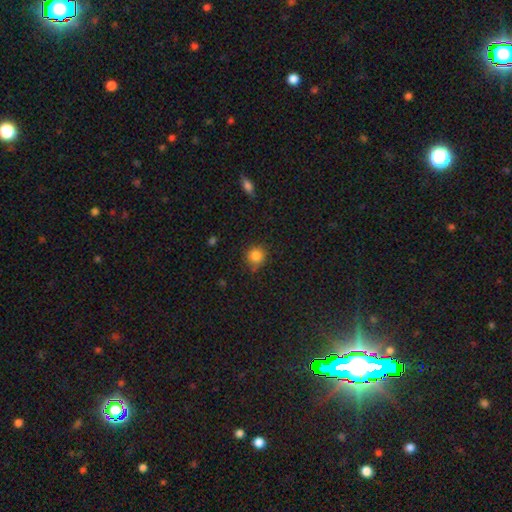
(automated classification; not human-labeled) smooth_or_featured: smooth (p=0.84) [alt: star or artifact p=0.11]
how_rounded: round (p=0.90) [alt: in between p=0.09]
merging: none (p=0.77) [alt: minor disturbance p=0.18]